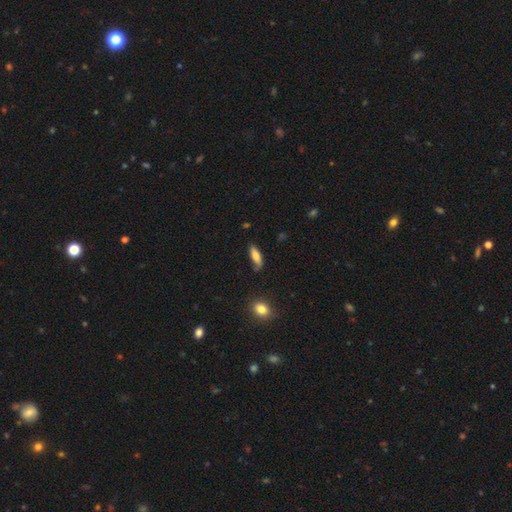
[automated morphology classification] Smooth or featured? smooth (74%)
How rounded? in between (58%)
Merging? none (62%)